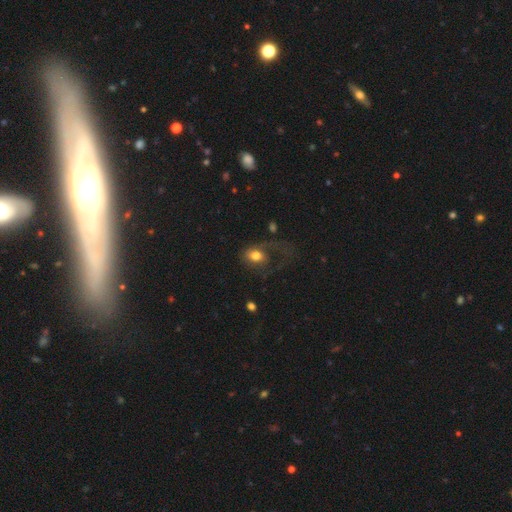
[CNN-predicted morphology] smooth_or_featured: smooth (p=0.64) [alt: featured or disk p=0.27]
how_rounded: in between (p=0.62) [alt: round p=0.37]
merging: major disturbance (p=0.55) [alt: none p=0.26]